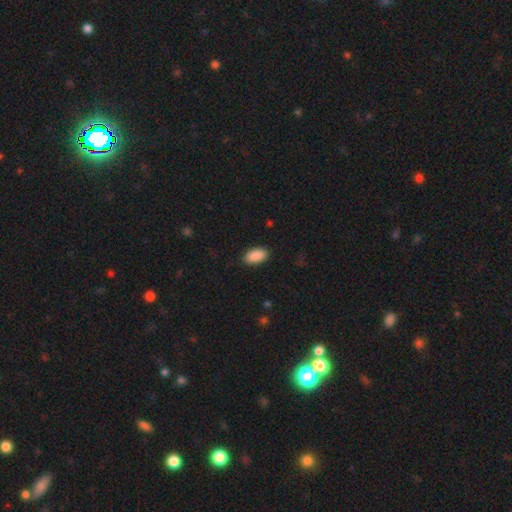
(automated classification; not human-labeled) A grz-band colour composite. It shows a smooth galaxy with no disk features (91%) that is in between round and cigar-shaped (95%). Merging: none (88%).